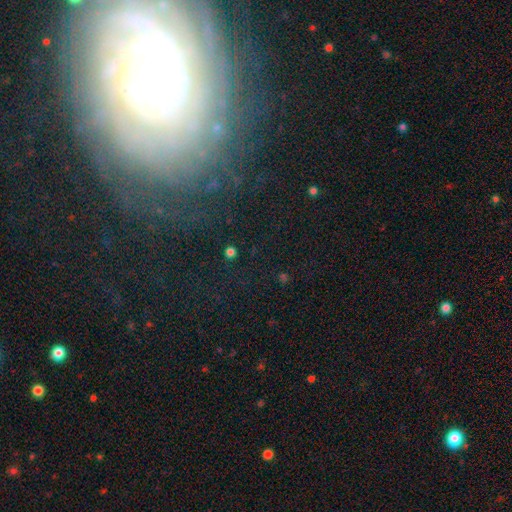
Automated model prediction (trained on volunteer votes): Smooth or featured? featured or disk (56%)
Edge-on disk? no (91%)
Bar? no (57%)
Spiral arms? yes (68%)
Bulge size? small (50%)
Merging? none (68%)